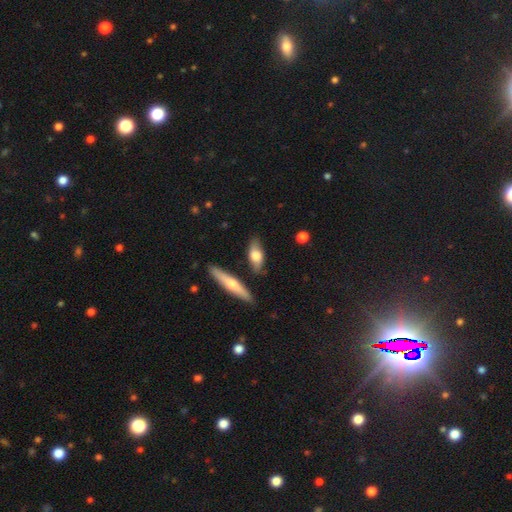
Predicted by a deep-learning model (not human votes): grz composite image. It shows a smooth galaxy with no disk features (63%) that is in between round and cigar-shaped (70%). Merging: none (77%).